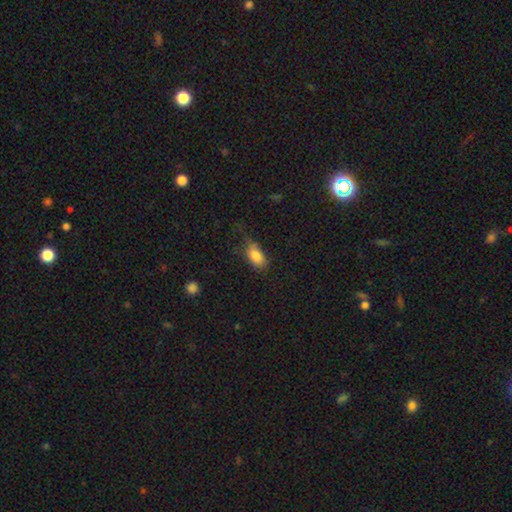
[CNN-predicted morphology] Smooth or featured?
  - smooth: 82% *
  - featured or disk: 10%
  - star or artifact: 9%
How rounded?
  - in between: 88% *
  - round: 7%
  - cigar-shaped: 5%
Merging?
  - none: 50% *
  - minor disturbance: 32%
  - major disturbance: 16%
  - merger: 3%